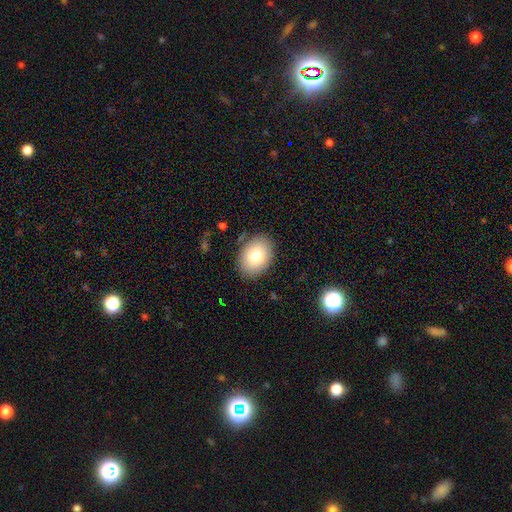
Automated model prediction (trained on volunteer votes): Overall: smooth (79%). How rounded: in between (74%). Merging: none (86%).